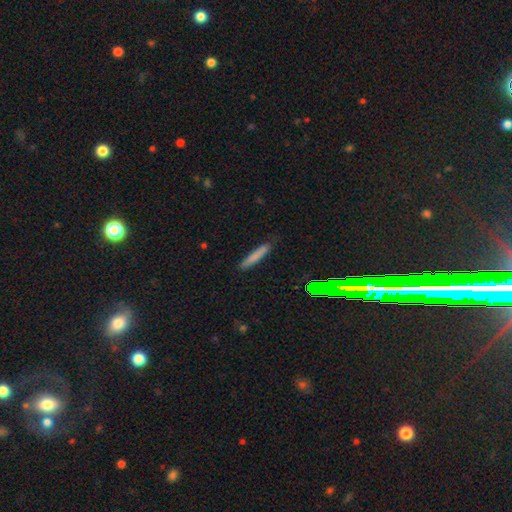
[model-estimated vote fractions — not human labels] Overall: smooth (77%). How rounded: cigar-shaped (93%). Merging: none (86%).